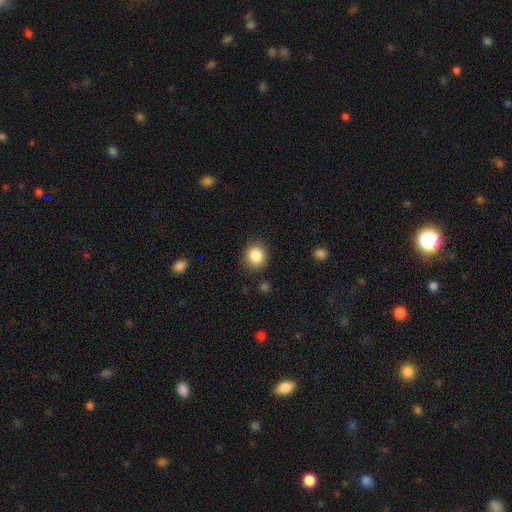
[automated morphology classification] Smooth or featured: smooth — 86% (star or artifact — 9%)
How rounded: round — 87% (in between — 12%)
Merging: none — 87% (minor disturbance — 9%)